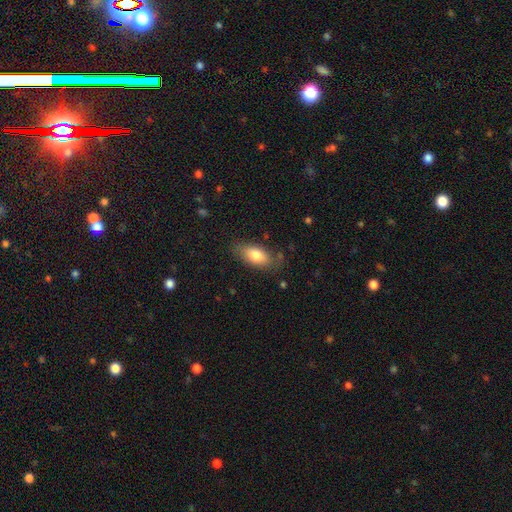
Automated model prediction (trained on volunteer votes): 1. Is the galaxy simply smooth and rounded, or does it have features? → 78% smooth, 15% featured or disk, 7% star or artifact.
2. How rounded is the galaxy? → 88% in between, 8% cigar-shaped, 4% round.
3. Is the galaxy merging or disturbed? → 78% none, 17% minor disturbance, 4% major disturbance, 2% merger.